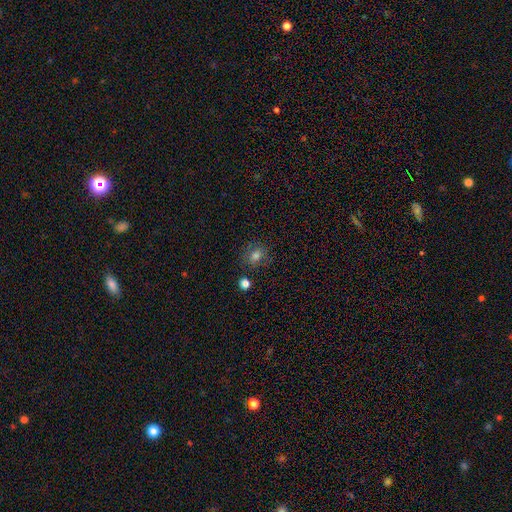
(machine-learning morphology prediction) Q: Smooth or featured?
A: smooth (74%); runner-up: star or artifact (16%)
Q: How rounded?
A: round (67%); runner-up: in between (32%)
Q: Merging?
A: none (79%); runner-up: minor disturbance (13%)